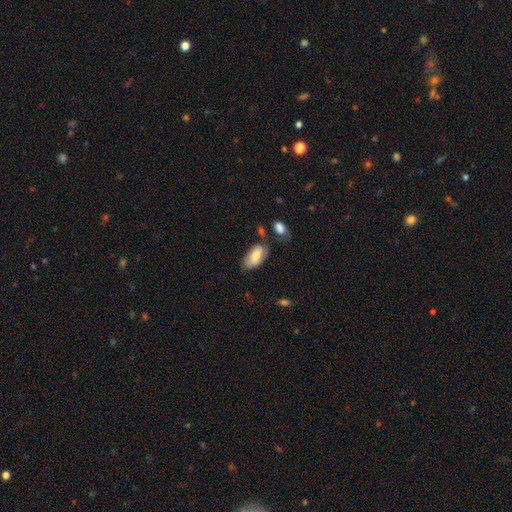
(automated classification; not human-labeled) Smooth or featured?
  - smooth: 78% *
  - featured or disk: 16%
  - star or artifact: 7%
How rounded?
  - in between: 92% *
  - cigar-shaped: 5%
  - round: 3%
Merging?
  - none: 54% *
  - minor disturbance: 28%
  - major disturbance: 9%
  - merger: 8%